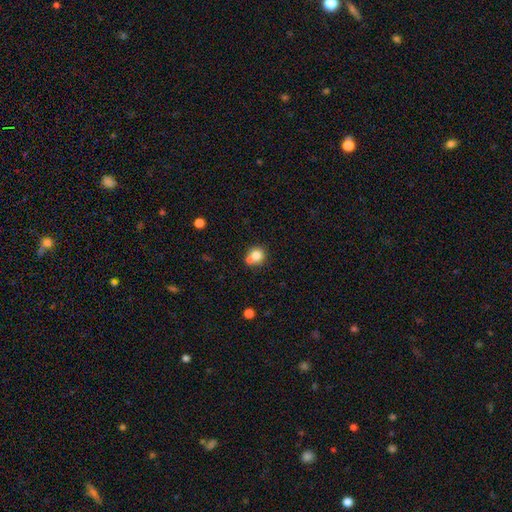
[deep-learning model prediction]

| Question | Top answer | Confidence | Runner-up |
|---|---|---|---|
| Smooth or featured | smooth | 79% | featured or disk (11%) |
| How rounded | round | 85% | in between (14%) |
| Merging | none | 51% | merger (36%) |